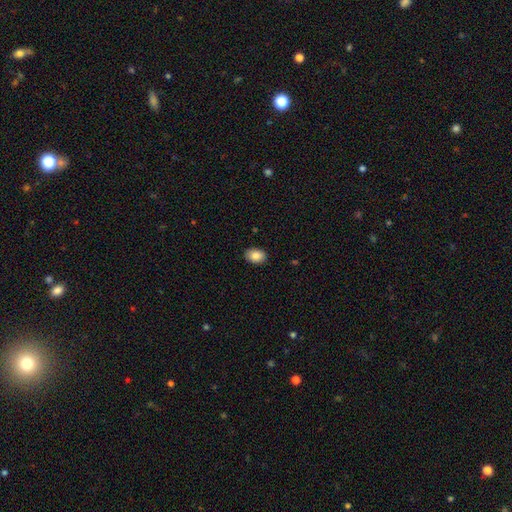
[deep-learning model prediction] Smooth or featured?
  - smooth: 86% *
  - star or artifact: 7%
  - featured or disk: 7%
How rounded?
  - in between: 81% *
  - round: 18%
  - cigar-shaped: 1%
Merging?
  - none: 89% *
  - minor disturbance: 8%
  - major disturbance: 2%
  - merger: 1%